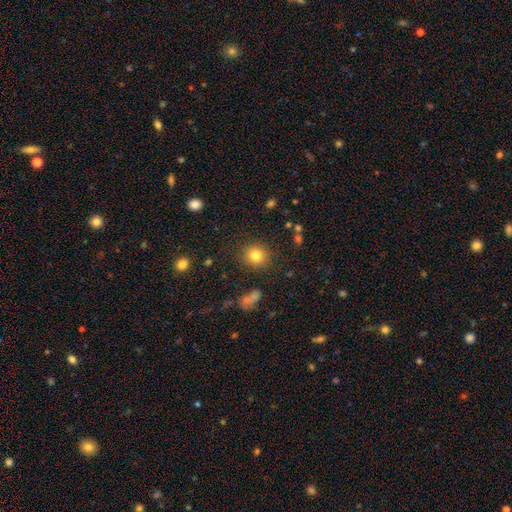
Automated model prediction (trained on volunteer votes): Morphology: type=smooth (81%); roundness=round (86%); merging=none (87%).